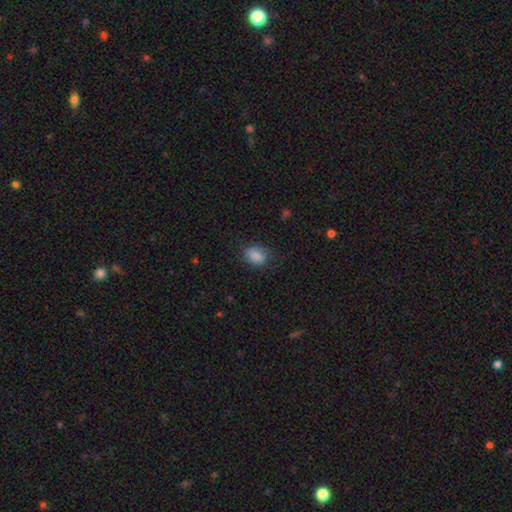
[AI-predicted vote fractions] Smooth or featured?
  - smooth: 85% *
  - star or artifact: 8%
  - featured or disk: 7%
How rounded?
  - in between: 71% *
  - round: 28%
  - cigar-shaped: 1%
Merging?
  - none: 71% *
  - minor disturbance: 21%
  - major disturbance: 7%
  - merger: 1%